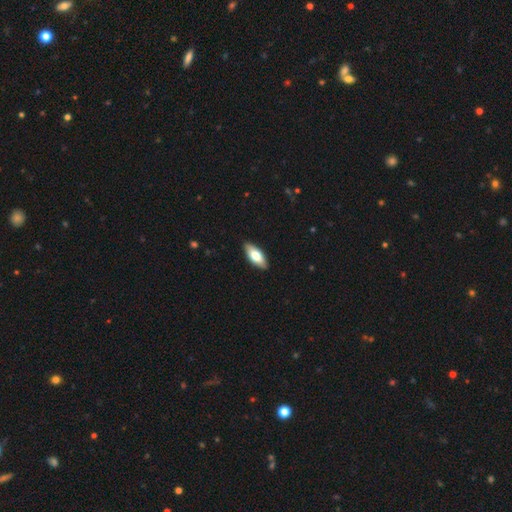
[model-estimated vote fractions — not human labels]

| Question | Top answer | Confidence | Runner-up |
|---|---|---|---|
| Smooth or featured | smooth | 71% | featured or disk (24%) |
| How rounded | in between | 81% | cigar-shaped (17%) |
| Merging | none | 89% | minor disturbance (8%) |